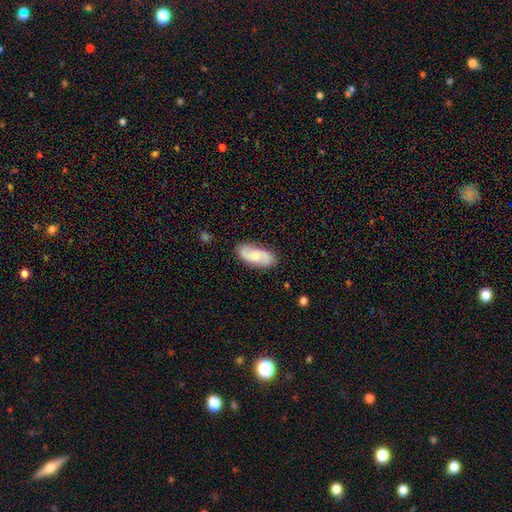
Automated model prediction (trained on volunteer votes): Smooth or featured? Predicted: featured or disk (p=0.53). Edge-on disk? Predicted: no (p=0.93). Merging? Predicted: none (p=0.82).